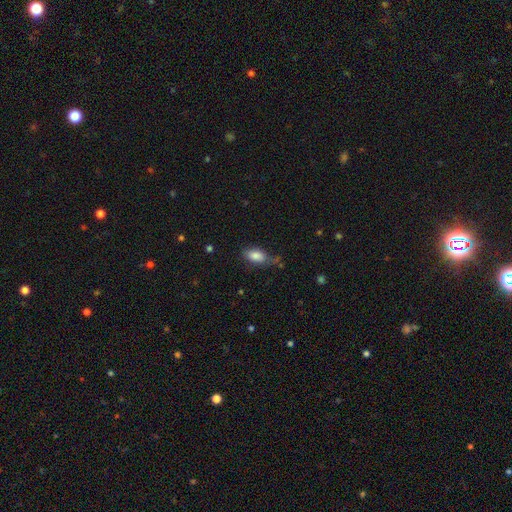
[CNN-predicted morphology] smooth 84%, featured or disk 9%, star or artifact 8%. Down the decision tree: how rounded — in between (90%); merging — none (58%).